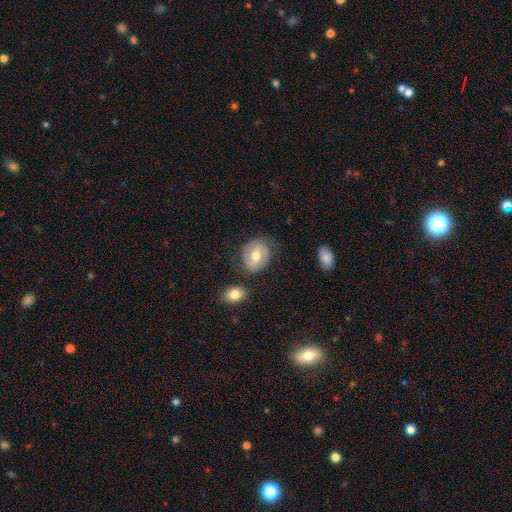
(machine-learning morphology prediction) This appears to be a featured or disk galaxy (54%) with no bar (48%), spiral arms (75%) and a moderate central bulge (78%). Merging: none (70%).